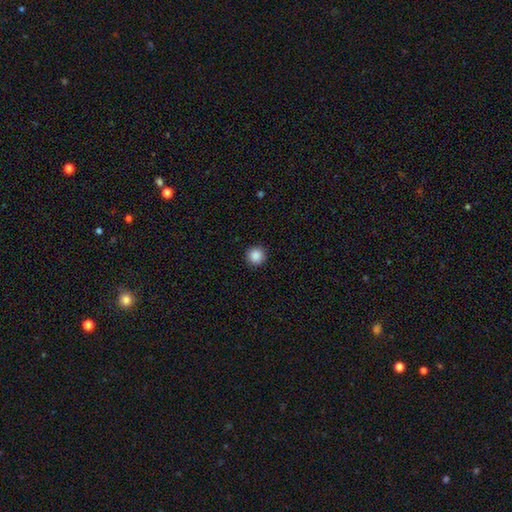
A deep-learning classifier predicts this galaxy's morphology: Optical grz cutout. It shows a smooth galaxy with no disk features (88%) that is round (95%). Merging: none (92%).